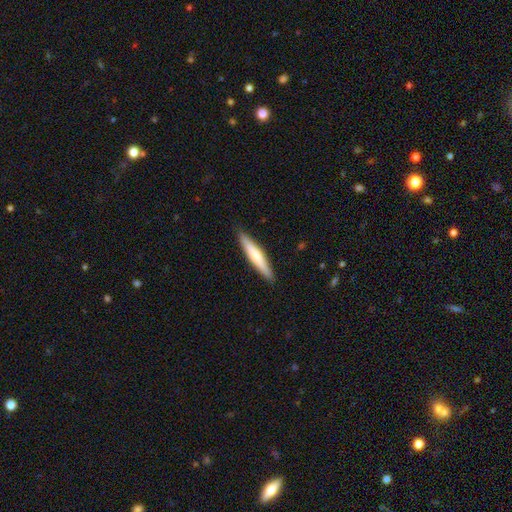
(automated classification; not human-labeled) Smooth or featured? Predicted: smooth (p=0.58). How rounded? Predicted: cigar-shaped (p=0.91). Merging? Predicted: none (p=0.90).